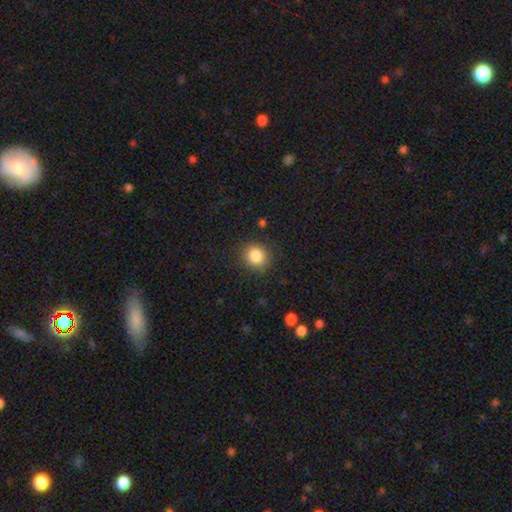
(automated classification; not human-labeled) A smooth galaxy with no disk features (85%) that is round (82%). Merging: none (86%).